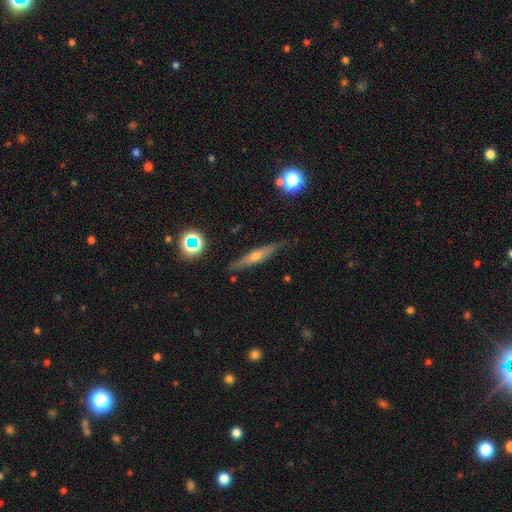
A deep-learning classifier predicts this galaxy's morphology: A featured or disk galaxy (56%) viewed edge-on (92%) with a rounded central bulge (82%). Merging: none (83%).